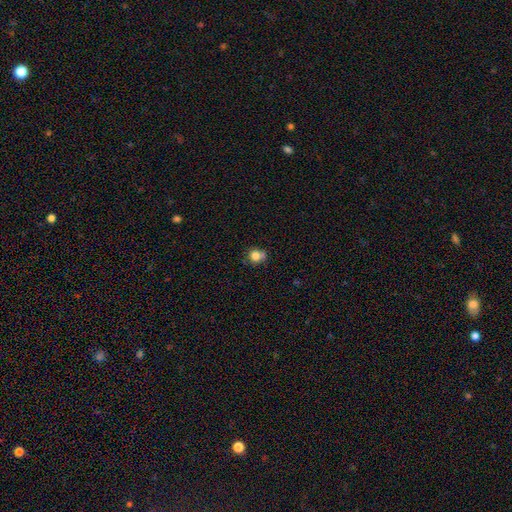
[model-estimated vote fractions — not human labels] smooth-or-featured: smooth: 79% | star or artifact: 12% | featured or disk: 9%
  how-rounded: round: 81% | in between: 18% | cigar-shaped: 1%
  merging: none: 56% | minor disturbance: 19% | merger: 19% | major disturbance: 6%